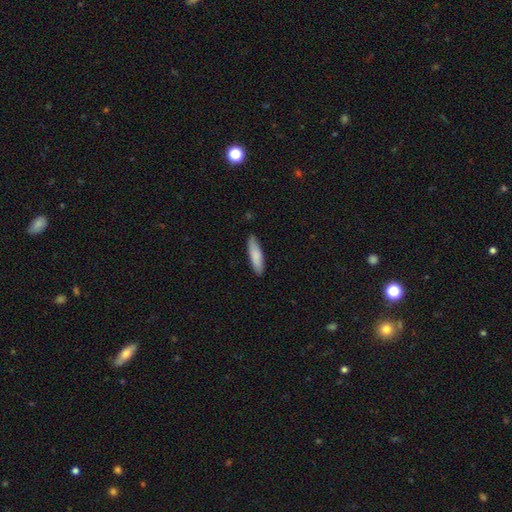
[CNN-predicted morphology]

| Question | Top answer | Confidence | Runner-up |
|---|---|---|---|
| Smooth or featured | smooth | 85% | featured or disk (10%) |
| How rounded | cigar-shaped | 71% | in between (28%) |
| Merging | none | 86% | minor disturbance (11%) |